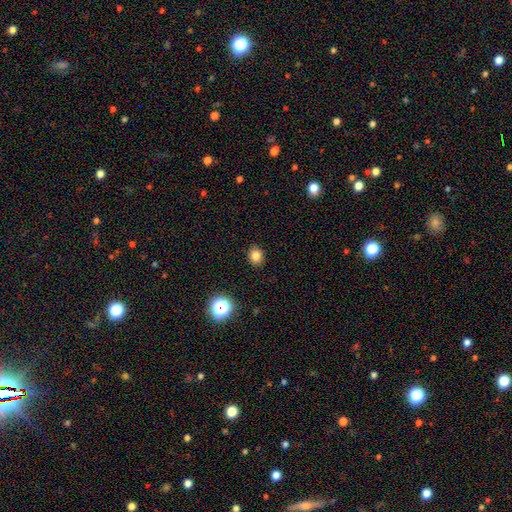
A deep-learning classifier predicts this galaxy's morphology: This is clearly a smooth galaxy (80%). How rounded: likely round (68%). Merging: clearly none (90%).